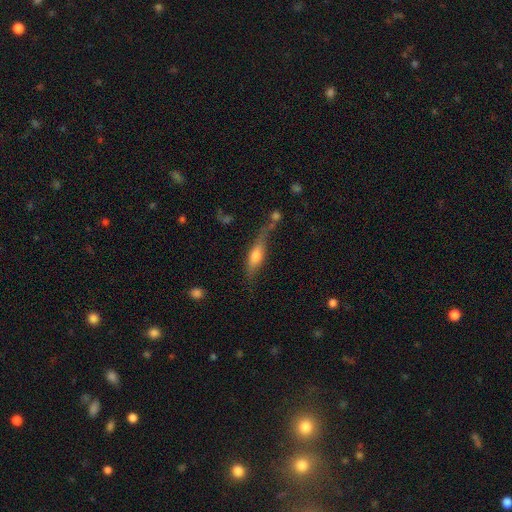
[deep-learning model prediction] Morphology: type=smooth (53%); roundness=cigar-shaped (56%); merging=none (47%).